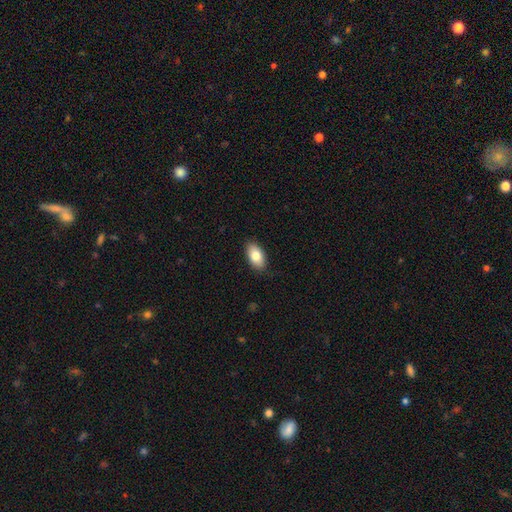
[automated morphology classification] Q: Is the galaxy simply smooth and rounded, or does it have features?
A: smooth — 81%.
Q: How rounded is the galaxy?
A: in between — 93%.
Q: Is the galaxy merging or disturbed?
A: none — 86%.